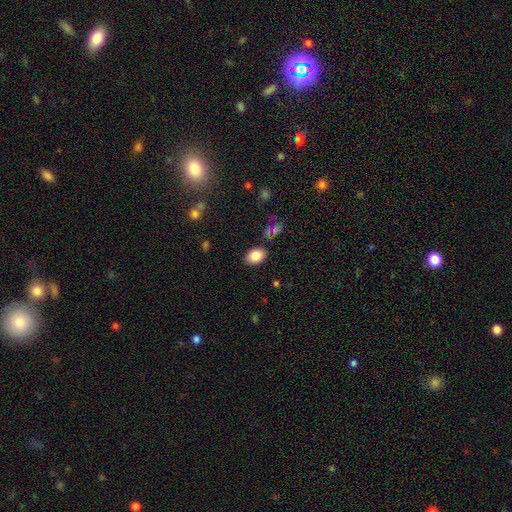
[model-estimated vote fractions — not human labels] A smooth galaxy with no disk features (86%) that is in between round and cigar-shaped (82%).

Vote fractions:
- Smooth or featured? smooth: 86% / star or artifact: 8% / featured or disk: 6%
- How rounded? in between: 82% / round: 17% / cigar-shaped: 1%
- Merging? none: 84% / minor disturbance: 10% / major disturbance: 3% / merger: 3%